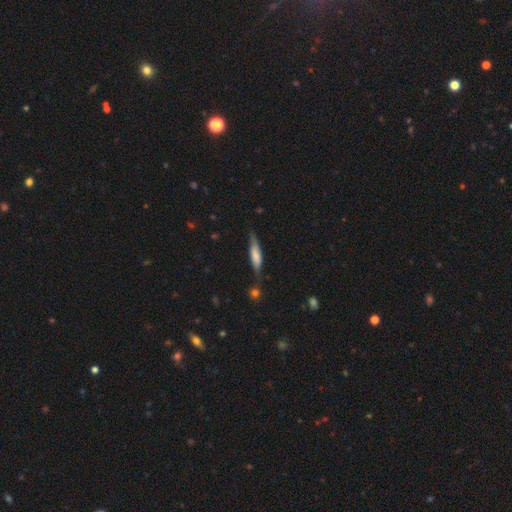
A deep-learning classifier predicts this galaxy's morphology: Smooth or featured?
  - smooth: 57% *
  - featured or disk: 36%
  - star or artifact: 6%
How rounded?
  - cigar-shaped: 76% *
  - in between: 22%
  - round: 2%
Merging?
  - none: 68% *
  - minor disturbance: 22%
  - major disturbance: 5%
  - merger: 4%